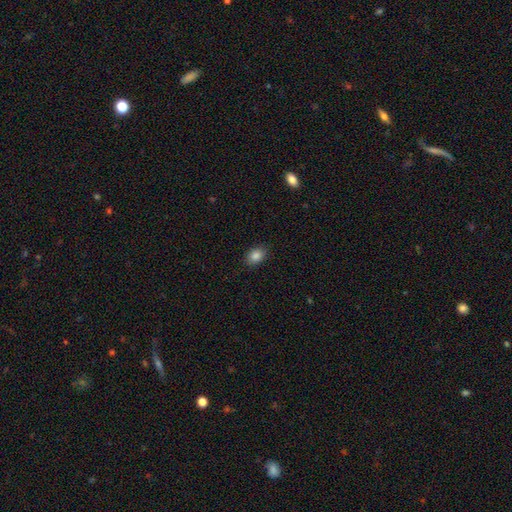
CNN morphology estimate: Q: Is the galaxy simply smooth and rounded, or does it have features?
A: smooth — 85%.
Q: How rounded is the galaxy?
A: in between — 78%.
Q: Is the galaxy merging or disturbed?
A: none — 87%.